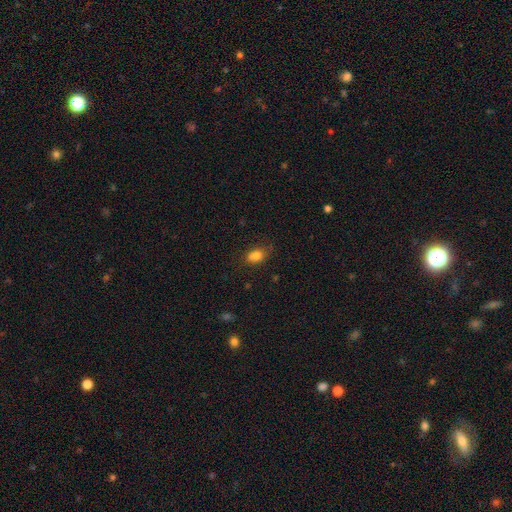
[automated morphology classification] This appears to be a smooth galaxy with no disk features (83%) that is in between round and cigar-shaped (81%). Merging: none (73%).